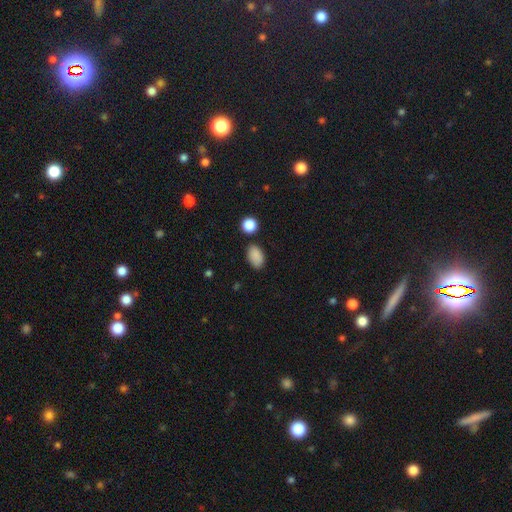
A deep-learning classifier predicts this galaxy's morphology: Smooth or featured?
  - smooth: 88% *
  - star or artifact: 9%
  - featured or disk: 4%
How rounded?
  - in between: 90% *
  - round: 8%
  - cigar-shaped: 1%
Merging?
  - none: 82% *
  - minor disturbance: 12%
  - merger: 4%
  - major disturbance: 3%